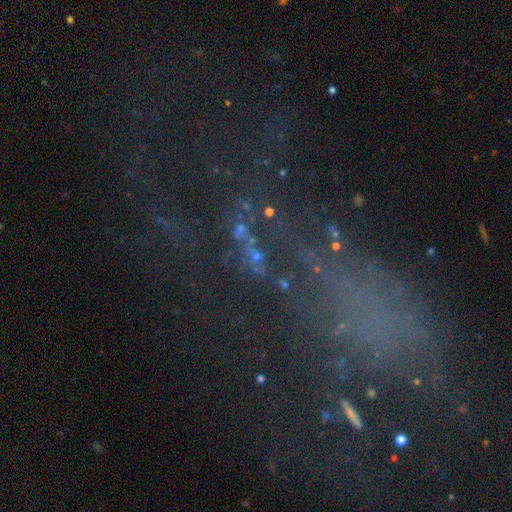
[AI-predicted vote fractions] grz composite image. It shows a star or artifact, not a galaxy (61%).